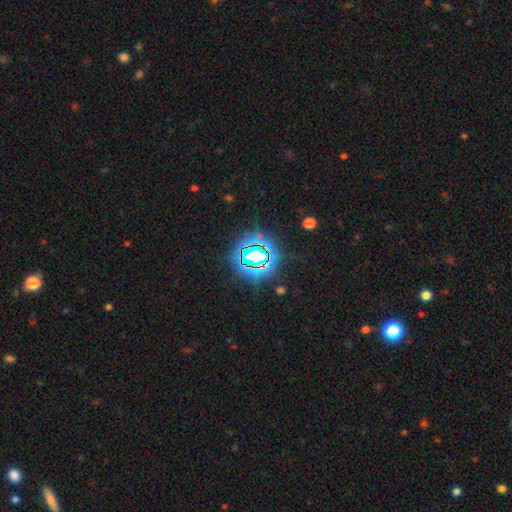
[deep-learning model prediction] star or artifact 75%, smooth 15%, featured or disk 10%.